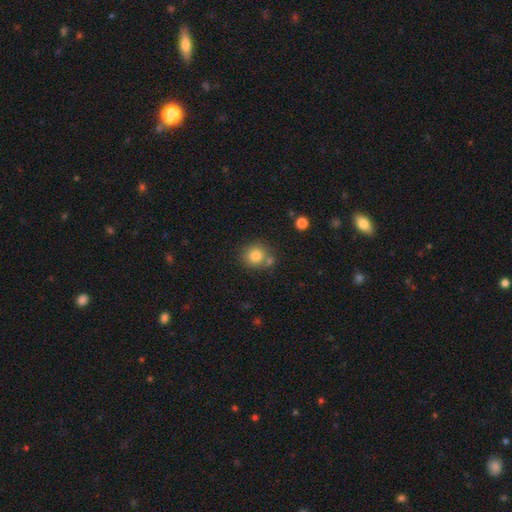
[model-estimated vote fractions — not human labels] Smooth or featured? Predicted: smooth (p=0.81). How rounded? Predicted: round (p=0.84). Merging? Predicted: none (p=0.66).